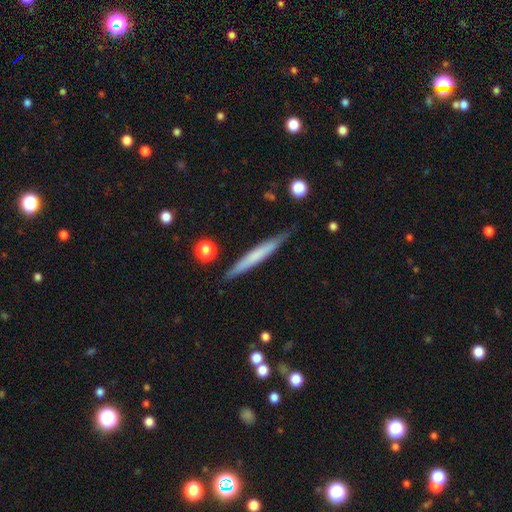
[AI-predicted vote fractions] Q: Smooth or featured?
A: smooth (55%); runner-up: featured or disk (39%)
Q: How rounded?
A: cigar-shaped (96%); runner-up: in between (3%)
Q: Merging?
A: none (84%); runner-up: minor disturbance (12%)